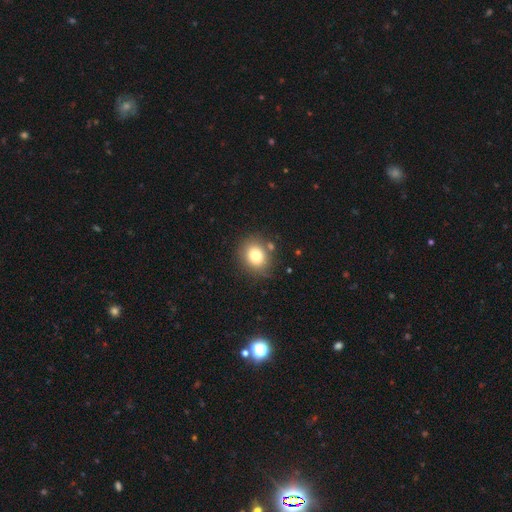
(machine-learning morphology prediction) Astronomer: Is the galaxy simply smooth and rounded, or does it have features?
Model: smooth — 79%.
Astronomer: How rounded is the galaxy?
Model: round — 68%.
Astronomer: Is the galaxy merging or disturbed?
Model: none — 80%.